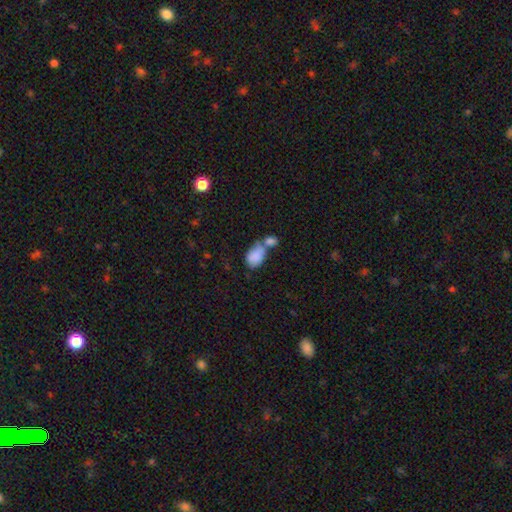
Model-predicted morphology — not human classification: Smooth or featured? smooth (82%)
How rounded? in between (86%)
Merging? merger (58%)